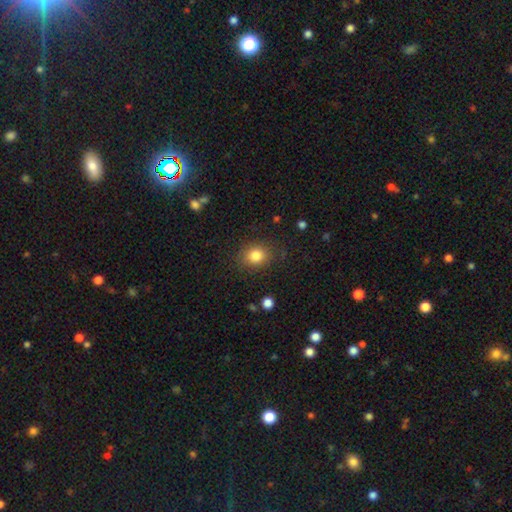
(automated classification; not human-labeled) The model was most divided on "how rounded": round: 61%, in between: 38%, cigar-shaped: 1%. More confident: smooth or featured — smooth (82%); merging — none (82%).